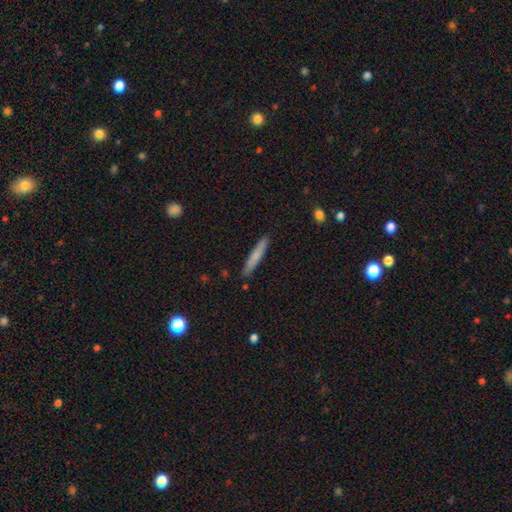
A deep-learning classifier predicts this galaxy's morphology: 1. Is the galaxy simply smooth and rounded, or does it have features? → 74% smooth, 20% featured or disk, 6% star or artifact.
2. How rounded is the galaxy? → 94% cigar-shaped, 5% in between, 1% round.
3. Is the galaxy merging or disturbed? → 89% none, 8% minor disturbance, 2% major disturbance, 2% merger.